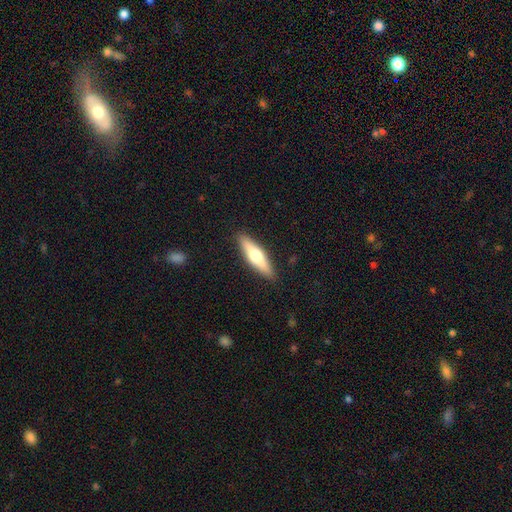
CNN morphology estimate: The model was most divided on "smooth or featured": smooth: 53%, featured or disk: 41%, star or artifact: 5%. More confident: merging — none (90%); how rounded — cigar-shaped (68%).